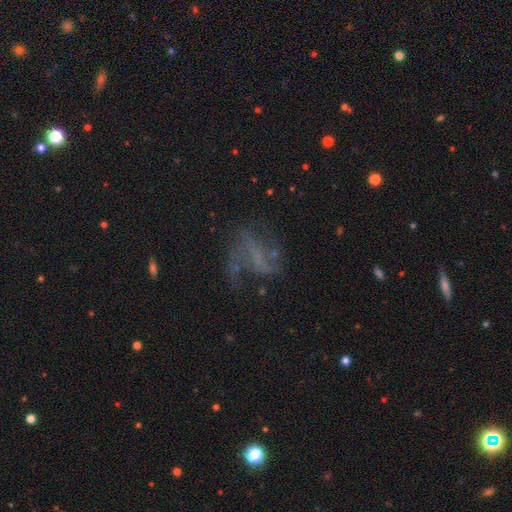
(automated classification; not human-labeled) Q: Smooth or featured?
A: featured or disk (59%); runner-up: smooth (22%)
Q: Edge-on disk?
A: no (96%); runner-up: yes (4%)
Q: Bar?
A: no (51%); runner-up: weak (31%)
Q: Spiral arms?
A: yes (61%); runner-up: no (39%)
Q: Bulge size?
A: none (72%); runner-up: small (17%)
Q: Merging?
A: none (45%); runner-up: major disturbance (33%)